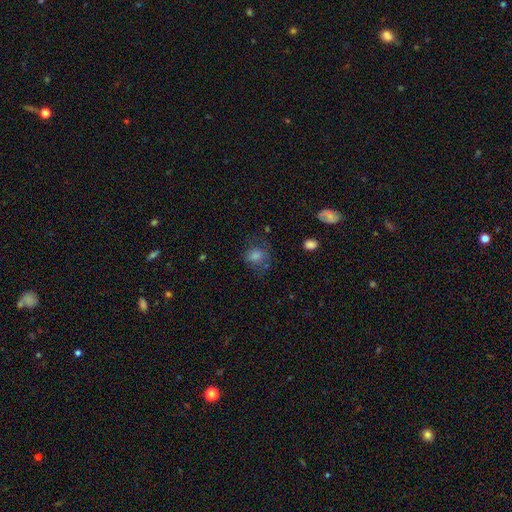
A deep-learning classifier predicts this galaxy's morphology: A smooth galaxy with no disk features (62%) that is round (64%). Merging: none (61%).